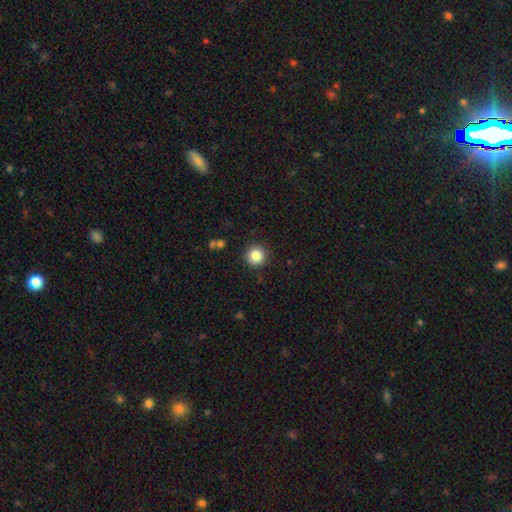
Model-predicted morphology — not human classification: Overall: smooth (85%). How rounded: round (95%). Merging: none (91%).